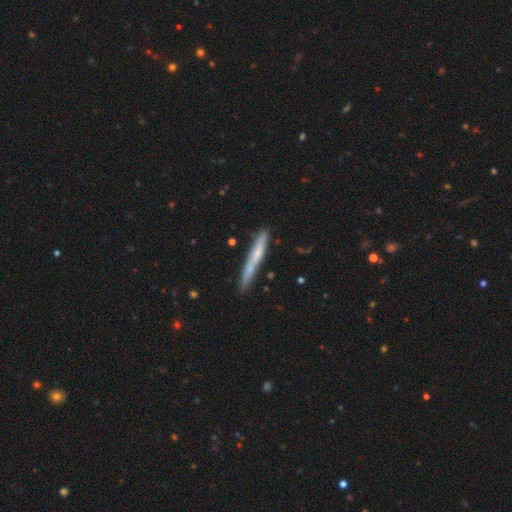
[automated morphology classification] smooth 53%, featured or disk 41%, star or artifact 6%. Down the decision tree: how rounded — cigar-shaped (96%); merging — none (81%).